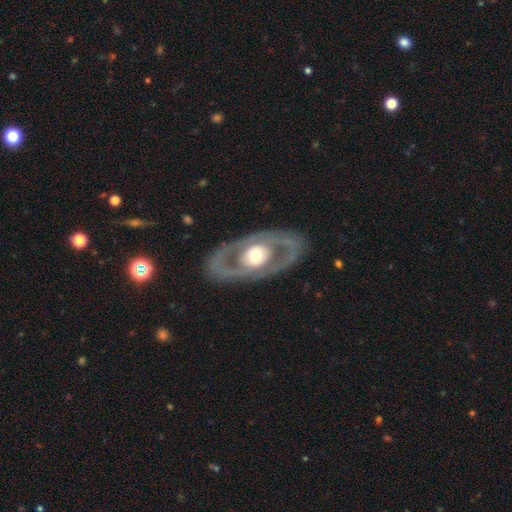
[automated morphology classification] This is likely a featured or disk galaxy (70%). It is clearly not viewed edge-on (89%). Bar: clearly no (82%). Spiral arm pattern: likely no (77%). Central bulge: likely moderate (62%). Merging: clearly none (82%).